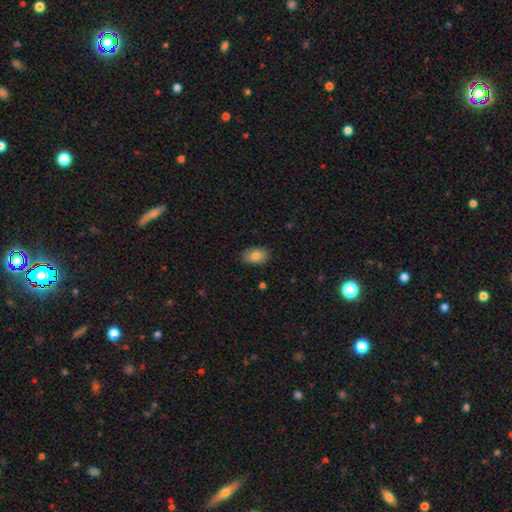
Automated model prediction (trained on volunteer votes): A smooth galaxy with no disk features (83%) that is in between round and cigar-shaped (87%). Merging: none (86%).